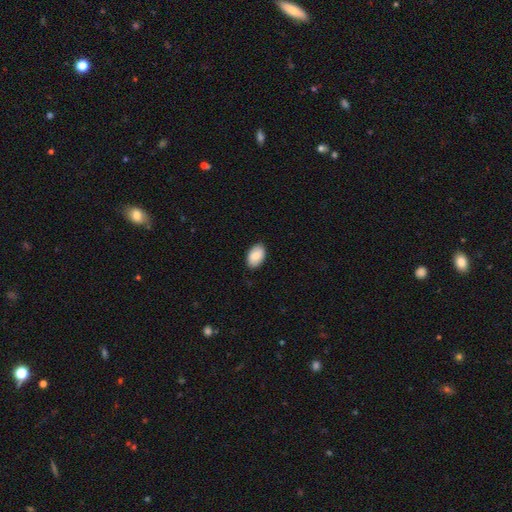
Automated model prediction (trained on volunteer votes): This appears to be a smooth galaxy with no disk features (84%) that is in between round and cigar-shaped (92%). Merging: none (86%).